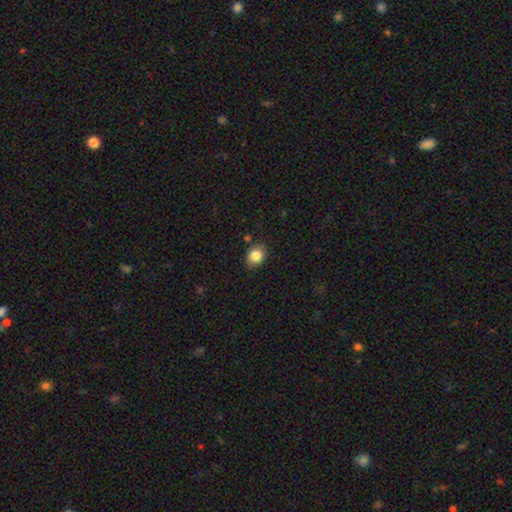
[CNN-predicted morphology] Q: Smooth or featured?
A: smooth (84%); runner-up: star or artifact (9%)
Q: How rounded?
A: in between (54%); runner-up: round (45%)
Q: Merging?
A: none (84%); runner-up: minor disturbance (12%)